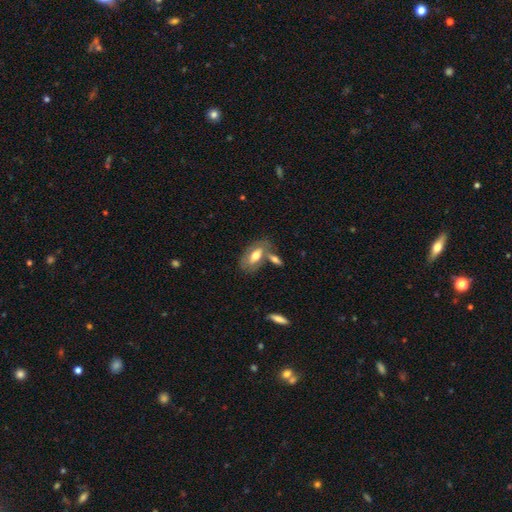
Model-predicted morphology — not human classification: A smooth galaxy with no disk features (58%) that is in between round and cigar-shaped (87%). Merging: none (52%).